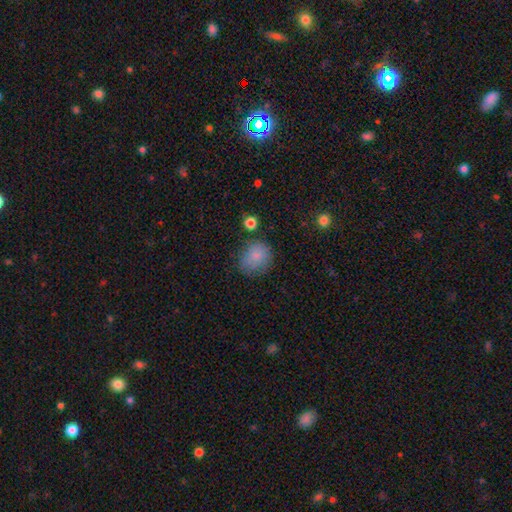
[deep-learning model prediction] Smooth or featured?
  - smooth: 82% *
  - star or artifact: 10%
  - featured or disk: 8%
How rounded?
  - round: 68% *
  - in between: 31%
  - cigar-shaped: 1%
Merging?
  - none: 66% *
  - minor disturbance: 23%
  - major disturbance: 7%
  - merger: 4%